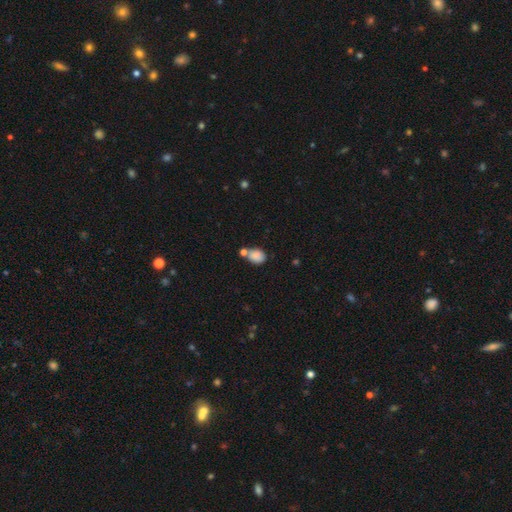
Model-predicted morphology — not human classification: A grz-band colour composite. It shows a smooth galaxy with no disk features (85%) that is in between round and cigar-shaped (59%). Merging: none (50%).